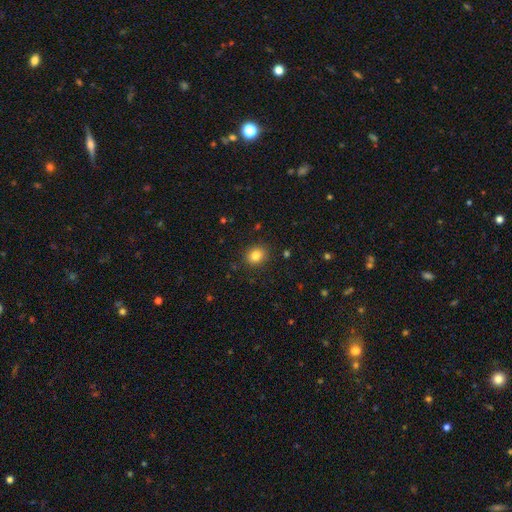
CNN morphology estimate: type=smooth (83%); roundness=round (55%); merging=none (88%).